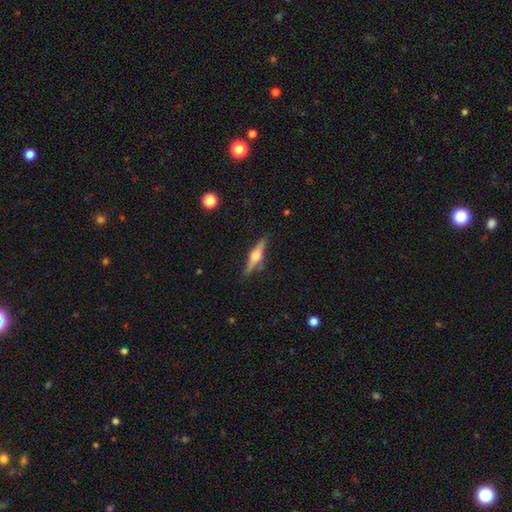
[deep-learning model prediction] Smooth or featured? Predicted: featured or disk (p=0.68). Edge-on disk? Predicted: yes (p=0.97). Edge-on bulge? Predicted: rounded (p=0.93). Merging? Predicted: none (p=0.84).